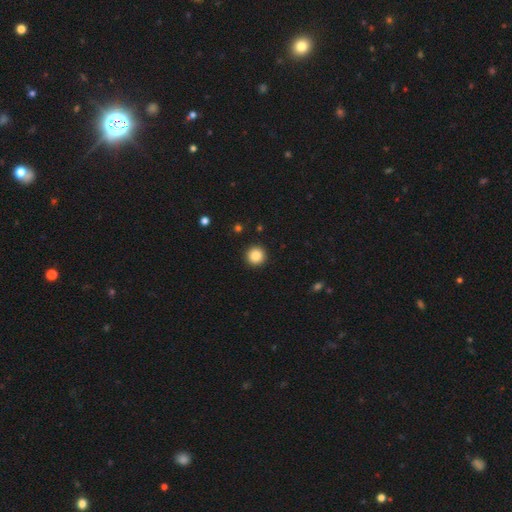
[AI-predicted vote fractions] smooth-or-featured: smooth: 86% | star or artifact: 10% | featured or disk: 4%
  how-rounded: round: 96% | in between: 3% | cigar-shaped: 1%
  merging: none: 93% | minor disturbance: 4% | major disturbance: 2% | merger: 1%